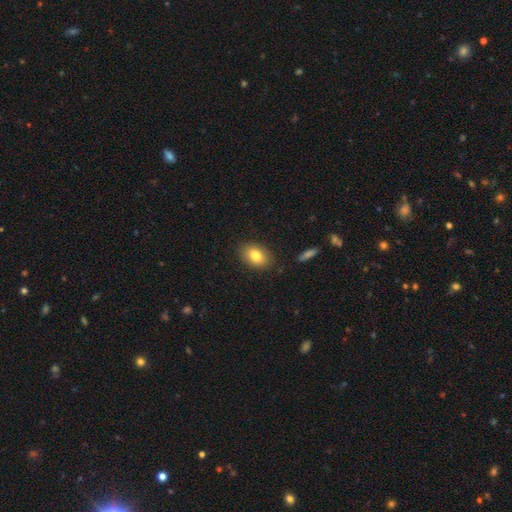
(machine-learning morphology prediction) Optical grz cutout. It shows a smooth galaxy with no disk features (81%) that is in between round and cigar-shaped (84%). Merging: none (85%).